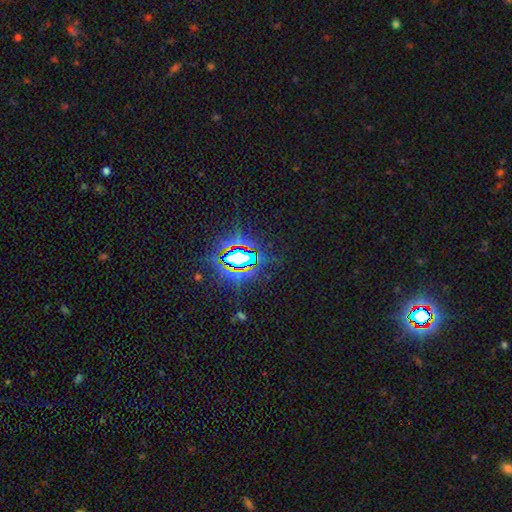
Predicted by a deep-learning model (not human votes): A star or artifact, not a galaxy (84%).